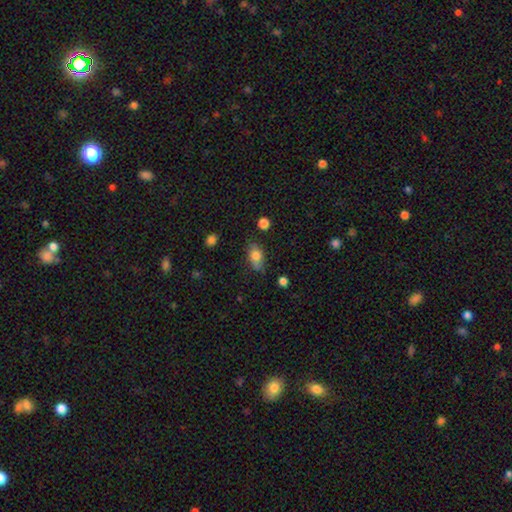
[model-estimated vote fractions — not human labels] Q: Smooth or featured?
A: smooth (76%); runner-up: featured or disk (15%)
Q: How rounded?
A: in between (84%); runner-up: round (10%)
Q: Merging?
A: none (71%); runner-up: minor disturbance (22%)